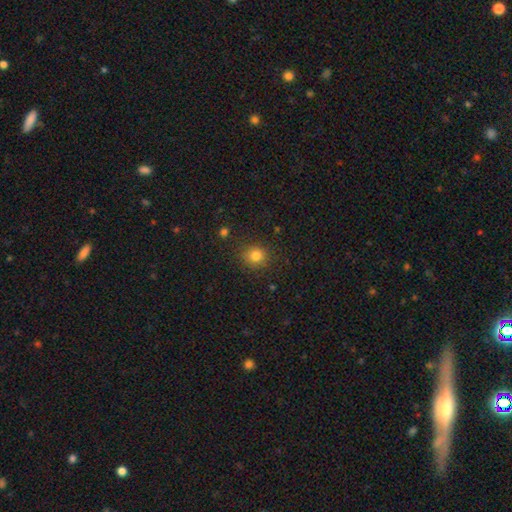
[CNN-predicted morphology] smooth 81%, star or artifact 13%, featured or disk 6%. Down the decision tree: how rounded — round (86%); merging — none (88%).